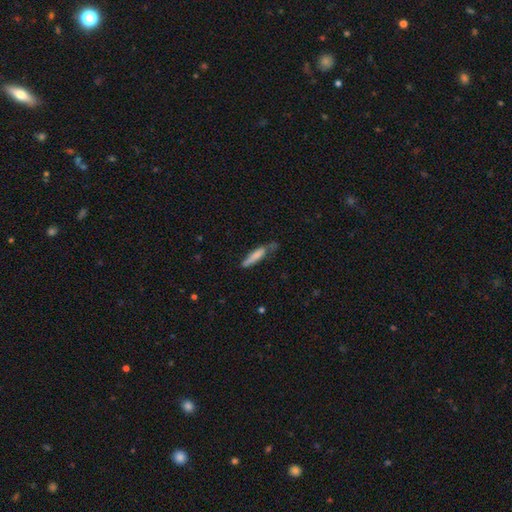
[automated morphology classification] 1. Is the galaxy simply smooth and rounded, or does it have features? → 72% smooth, 22% featured or disk, 6% star or artifact.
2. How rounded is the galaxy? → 81% cigar-shaped, 17% in between, 2% round.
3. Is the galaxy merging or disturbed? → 48% none, 34% minor disturbance, 13% major disturbance, 5% merger.